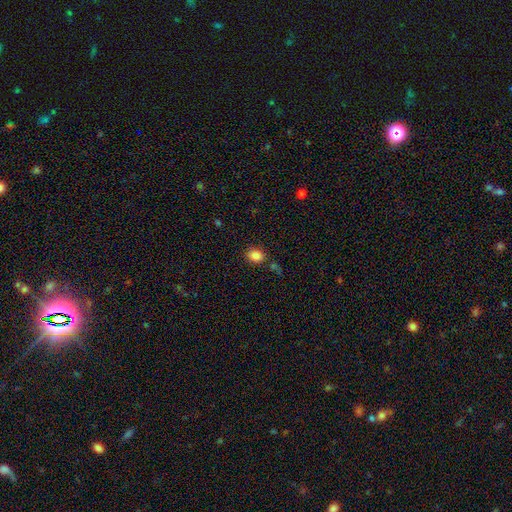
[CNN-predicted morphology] Q: Smooth or featured?
A: smooth (85%); runner-up: star or artifact (11%)
Q: How rounded?
A: in between (57%); runner-up: round (42%)
Q: Merging?
A: none (77%); runner-up: minor disturbance (12%)